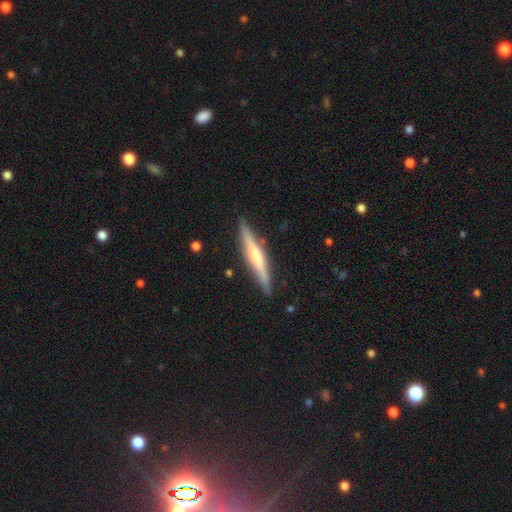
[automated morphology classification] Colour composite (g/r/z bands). It shows a featured or disk galaxy (66%) viewed edge-on (96%) with a rounded central bulge (73%). Merging: none (87%).